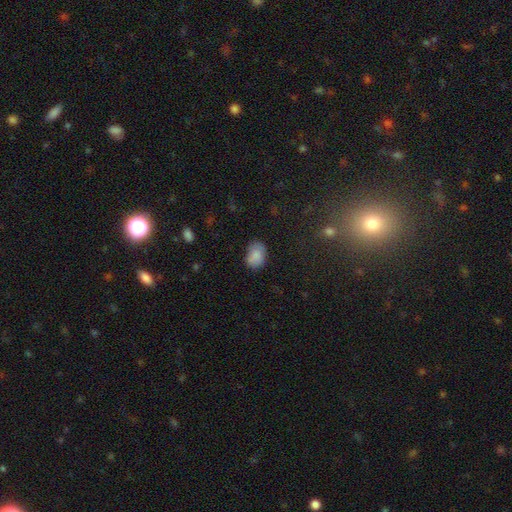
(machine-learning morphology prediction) smooth_or_featured: smooth (p=0.85) [alt: star or artifact p=0.08]
how_rounded: in between (p=0.76) [alt: round p=0.23]
merging: none (p=0.72) [alt: minor disturbance p=0.22]